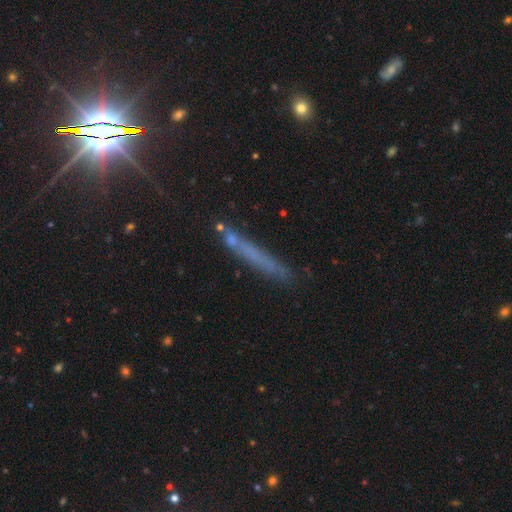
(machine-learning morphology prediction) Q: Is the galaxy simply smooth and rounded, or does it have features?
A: smooth — 53%.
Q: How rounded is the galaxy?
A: cigar-shaped — 94%.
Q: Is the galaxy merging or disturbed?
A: none — 68%.